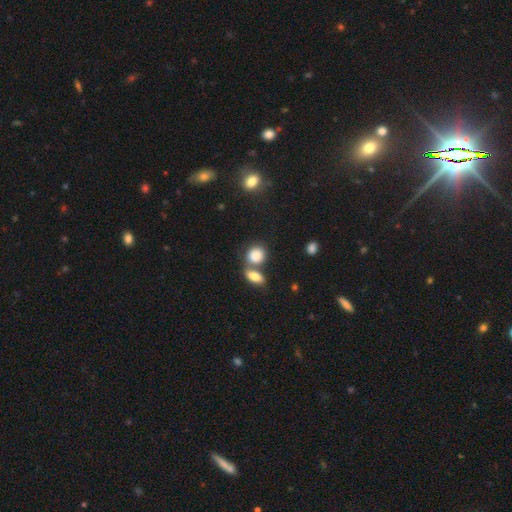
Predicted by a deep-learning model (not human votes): smooth_or_featured: smooth (p=0.85) [alt: star or artifact p=0.08]
how_rounded: round (p=0.57) [alt: in between p=0.41]
merging: merger (p=0.45) [alt: none p=0.42]